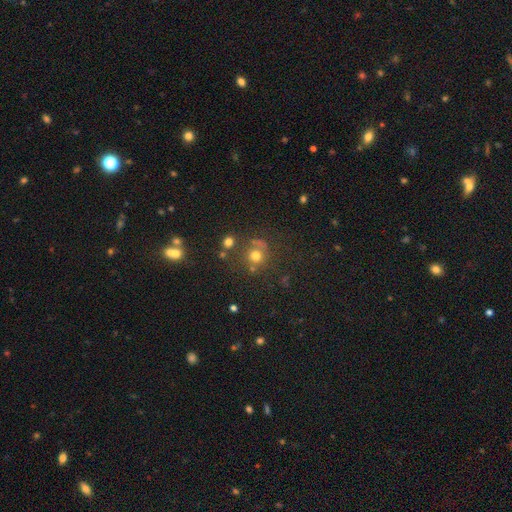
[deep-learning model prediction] A smooth galaxy with no disk features (68%) that is round (87%).

Vote fractions:
- Smooth or featured? smooth: 68% / star or artifact: 19% / featured or disk: 13%
- How rounded? round: 87% / in between: 12% / cigar-shaped: 1%
- Merging? none: 61% / minor disturbance: 15% / merger: 14% / major disturbance: 10%